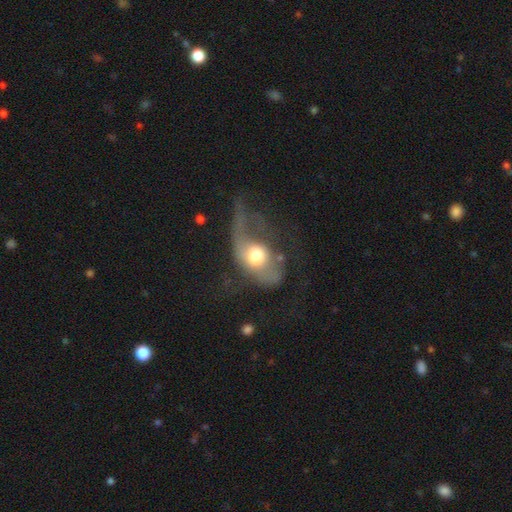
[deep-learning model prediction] smooth_or_featured: featured or disk (p=0.48) [alt: smooth p=0.44]
merging: major disturbance (p=0.61) [alt: none p=0.18]